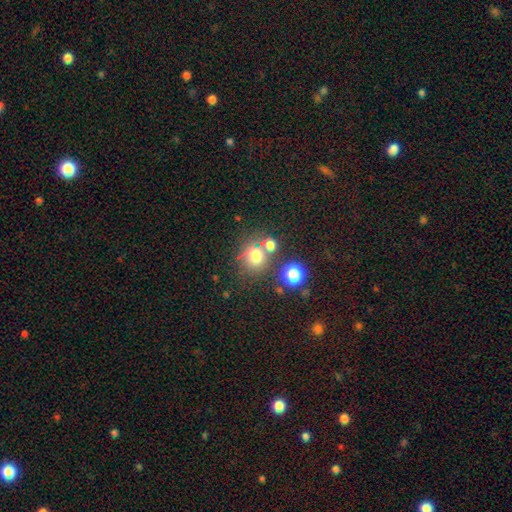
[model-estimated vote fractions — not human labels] Smooth or featured?
  - smooth: 68% *
  - star or artifact: 21%
  - featured or disk: 12%
How rounded?
  - round: 85% *
  - in between: 14%
  - cigar-shaped: 1%
Merging?
  - none: 63% *
  - merger: 22%
  - minor disturbance: 10%
  - major disturbance: 5%